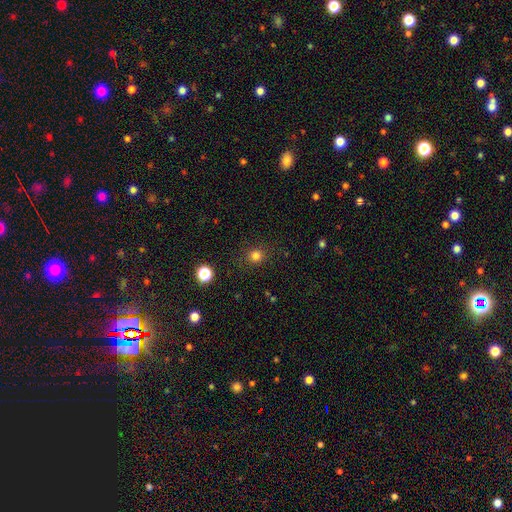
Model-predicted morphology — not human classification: A smooth galaxy with no disk features (81%) that is round (88%). Merging: none (87%).